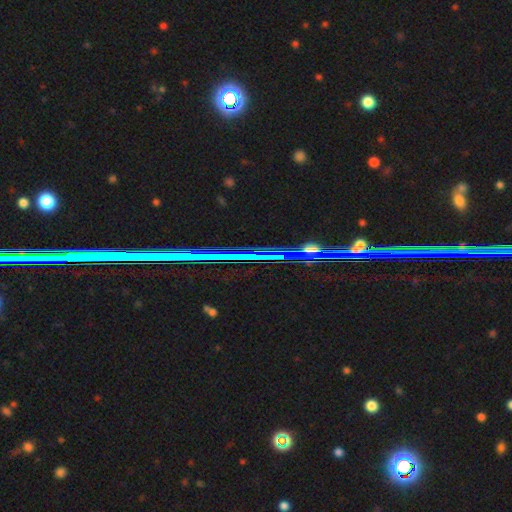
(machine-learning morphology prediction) Smooth or featured? star or artifact (76%)